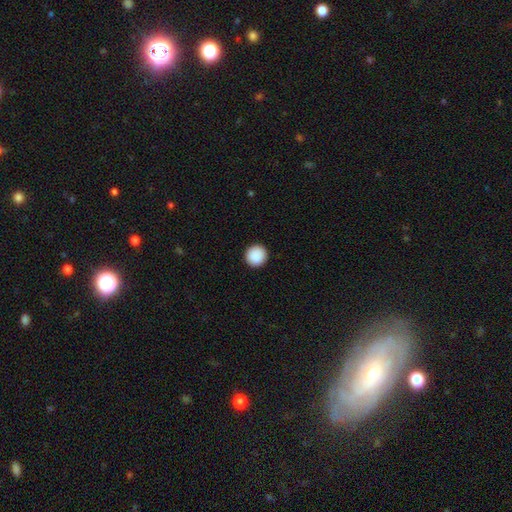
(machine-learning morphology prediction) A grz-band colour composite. It shows a smooth galaxy with no disk features (90%) that is round (96%). Merging: none (93%).